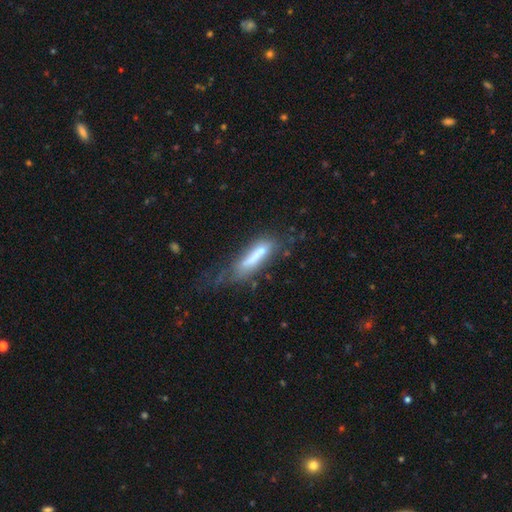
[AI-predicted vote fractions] Smooth or featured?
  - smooth: 56% *
  - featured or disk: 35%
  - star or artifact: 9%
How rounded?
  - cigar-shaped: 73% *
  - in between: 25%
  - round: 2%
Merging?
  - none: 35% *
  - major disturbance: 28%
  - minor disturbance: 26%
  - merger: 11%